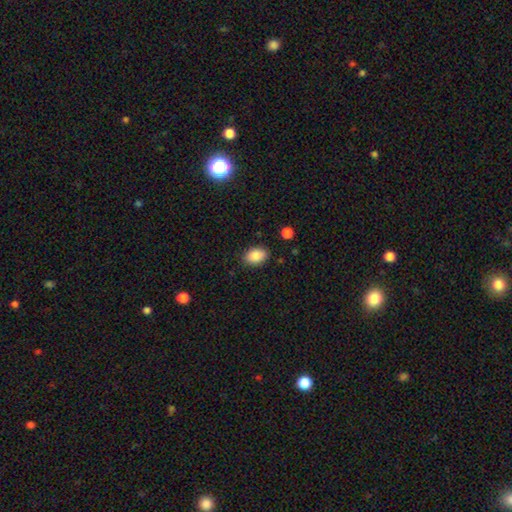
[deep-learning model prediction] A smooth galaxy with no disk features (88%) that is in between round and cigar-shaped (87%). Merging: none (86%).